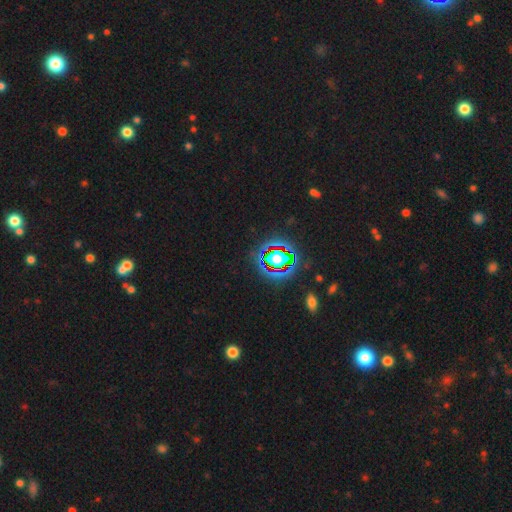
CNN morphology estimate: Smooth or featured? star or artifact (80%)